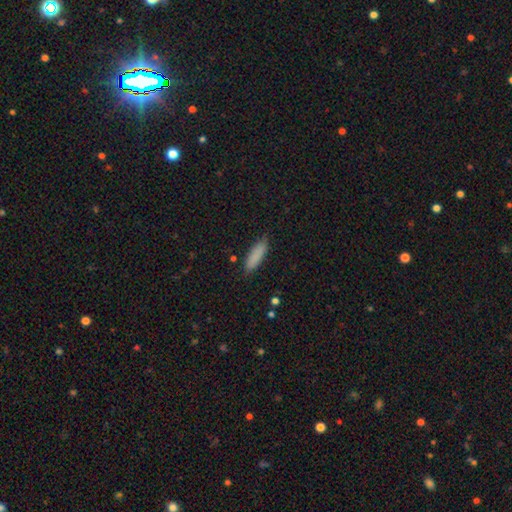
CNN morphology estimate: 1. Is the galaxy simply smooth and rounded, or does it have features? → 87% smooth, 7% star or artifact, 6% featured or disk.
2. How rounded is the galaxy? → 59% cigar-shaped, 39% in between, 2% round.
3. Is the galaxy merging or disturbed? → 84% none, 12% minor disturbance, 2% major disturbance, 1% merger.